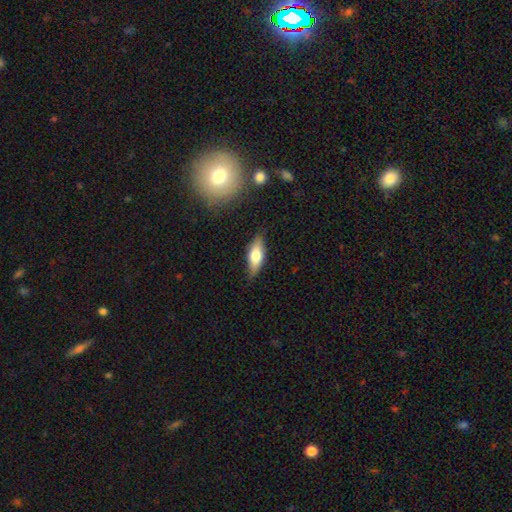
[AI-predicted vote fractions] Smooth or featured? smooth (59%)
How rounded? in between (69%)
Merging? none (78%)